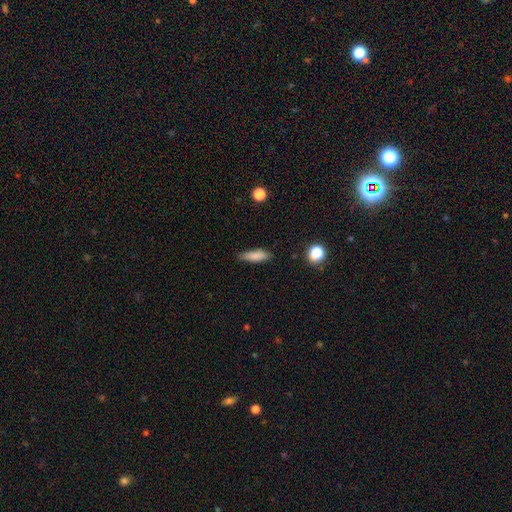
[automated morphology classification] Overall: smooth (83%). How rounded: cigar-shaped (57%; in between 40%). Merging: none (77%).